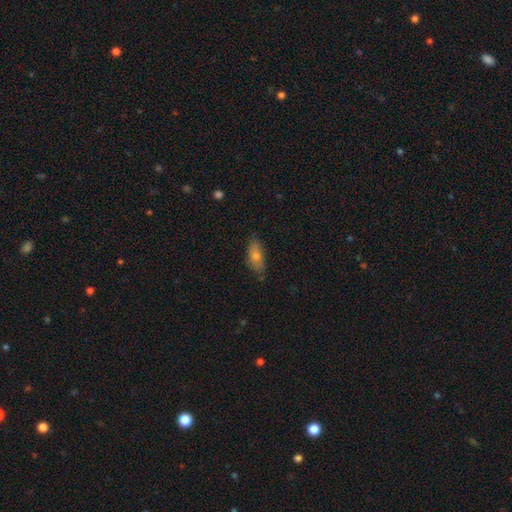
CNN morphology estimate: This appears to be a smooth galaxy with no disk features (67%) that is in between round and cigar-shaped (78%). Merging: none (78%).